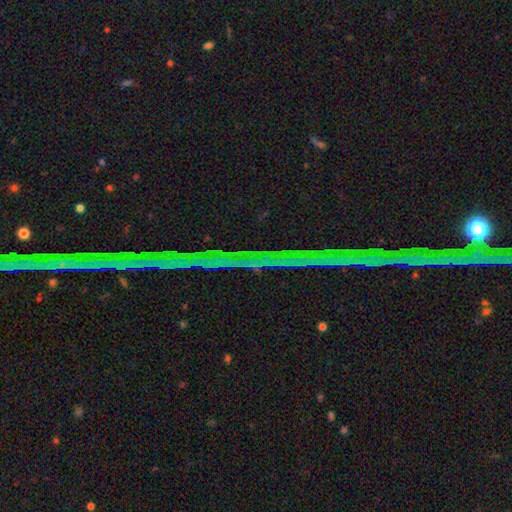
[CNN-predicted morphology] This appears to be a star or artifact, not a galaxy (86%).